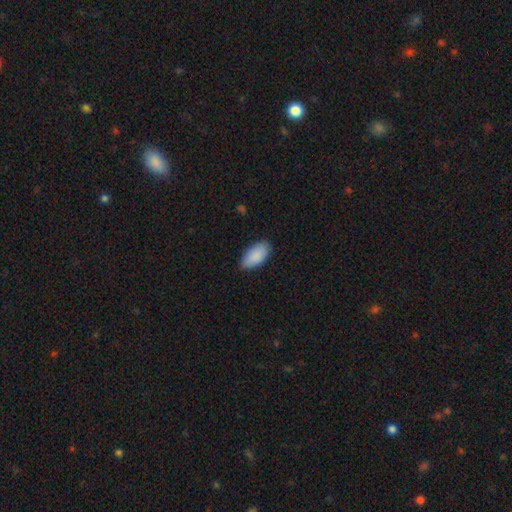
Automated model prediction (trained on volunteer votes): Smooth or featured? Predicted: smooth (p=0.89). How rounded? Predicted: in between (p=0.94). Merging? Predicted: none (p=0.82).